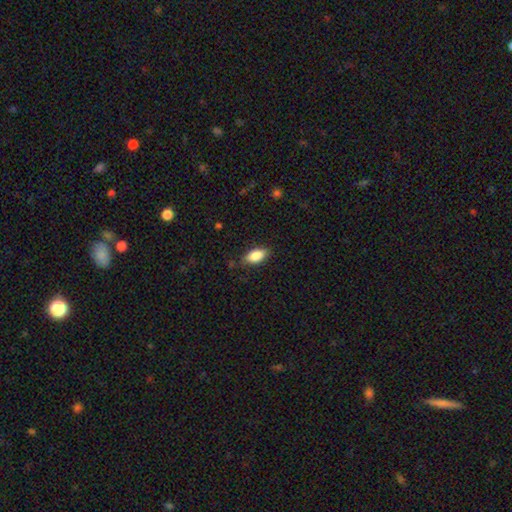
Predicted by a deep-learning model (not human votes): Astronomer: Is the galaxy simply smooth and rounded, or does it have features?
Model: smooth — 84%.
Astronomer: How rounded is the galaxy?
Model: in between — 89%.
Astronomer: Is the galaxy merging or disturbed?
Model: none — 82%.